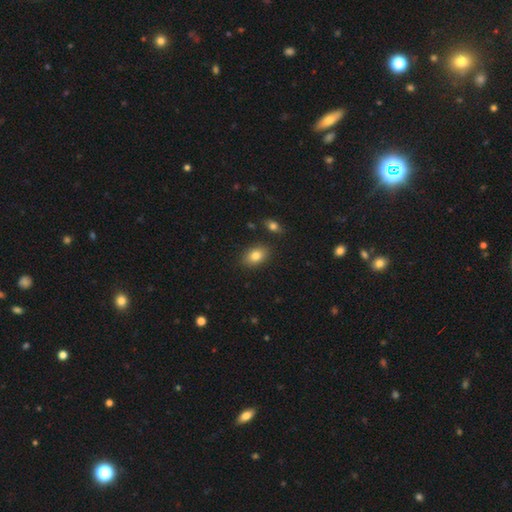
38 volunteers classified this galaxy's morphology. Smooth or featured? smooth (95%)
How rounded? in between (81%)
Merging? none (76%)